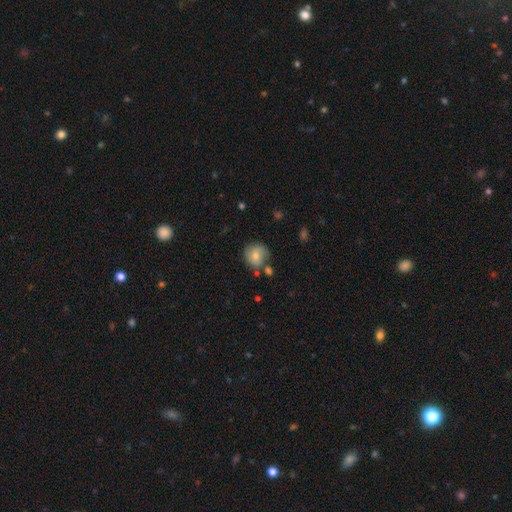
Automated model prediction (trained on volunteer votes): Smooth or featured?
  - smooth: 63% *
  - featured or disk: 29%
  - star or artifact: 9%
How rounded?
  - round: 87% *
  - in between: 12%
  - cigar-shaped: 1%
Merging?
  - none: 66% *
  - minor disturbance: 19%
  - merger: 9%
  - major disturbance: 5%